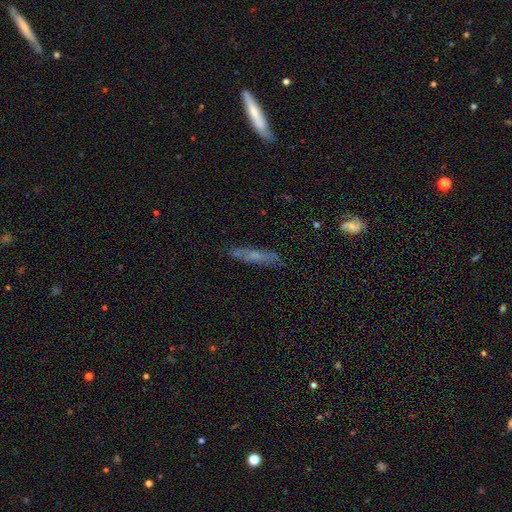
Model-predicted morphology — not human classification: Smooth or featured? Predicted: smooth (p=0.53). How rounded? Predicted: cigar-shaped (p=0.84). Merging? Predicted: none (p=0.77).